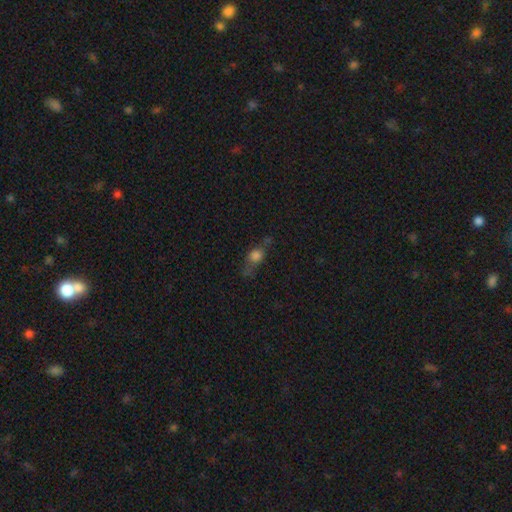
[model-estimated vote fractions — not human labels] Q: Smooth or featured?
A: smooth (61%); runner-up: featured or disk (24%)
Q: How rounded?
A: in between (50%); runner-up: round (29%)
Q: Merging?
A: none (50%); runner-up: minor disturbance (27%)